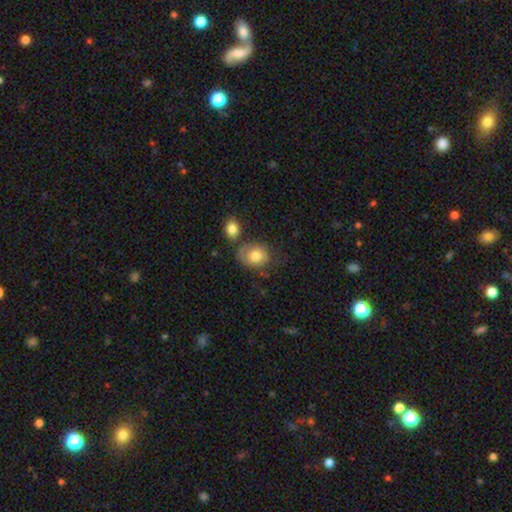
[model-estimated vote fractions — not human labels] Smooth or featured?
  - smooth: 75% *
  - featured or disk: 18%
  - star or artifact: 7%
How rounded?
  - in between: 54% *
  - round: 45%
  - cigar-shaped: 1%
Merging?
  - none: 45% *
  - minor disturbance: 27%
  - major disturbance: 14%
  - merger: 14%